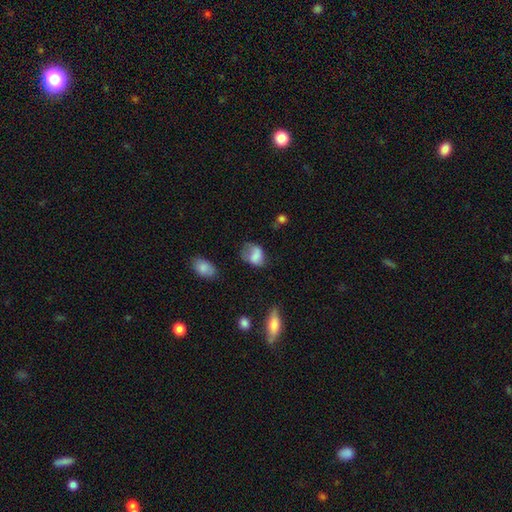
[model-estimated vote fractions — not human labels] A smooth galaxy with no disk features (72%) that is in between round and cigar-shaped (70%).

Vote fractions:
- Smooth or featured? smooth: 72% / featured or disk: 18% / star or artifact: 10%
- How rounded? in between: 70% / round: 28% / cigar-shaped: 2%
- Merging? none: 38% / minor disturbance: 33% / major disturbance: 23% / merger: 5%